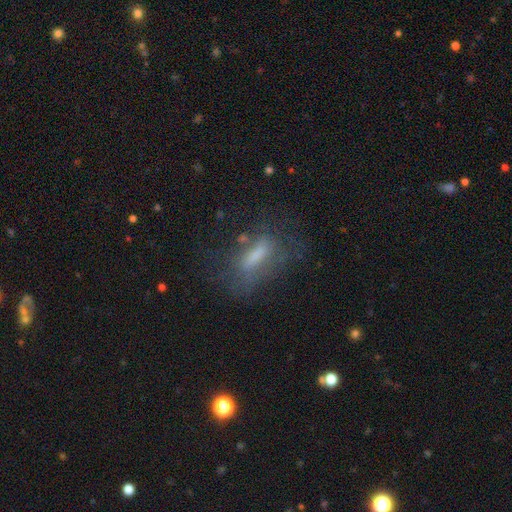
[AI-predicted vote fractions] The model was most divided on "how rounded": in between: 54%, cigar-shaped: 42%, round: 4%. More confident: smooth or featured — smooth (51%); merging — none (50%).